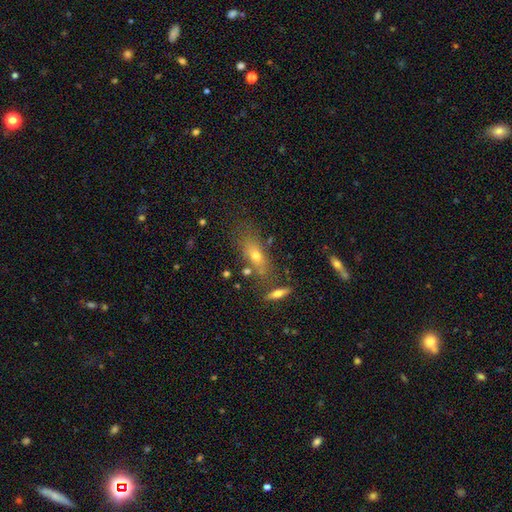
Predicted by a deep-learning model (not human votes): smooth 58%, featured or disk 27%, star or artifact 15%. Down the decision tree: how rounded — in between (65%); merging — none (62%).